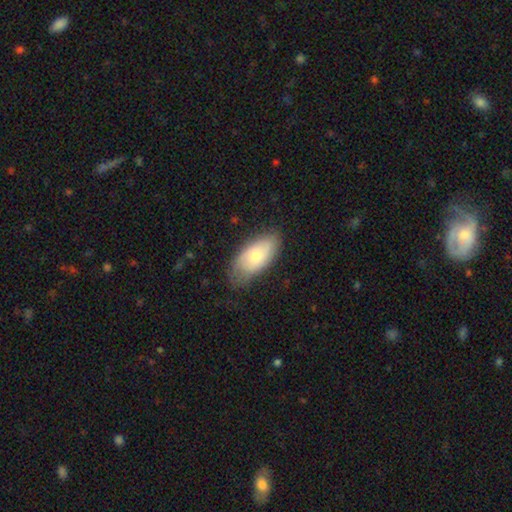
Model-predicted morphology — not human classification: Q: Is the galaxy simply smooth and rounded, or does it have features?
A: smooth — 65%.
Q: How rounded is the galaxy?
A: in between — 92%.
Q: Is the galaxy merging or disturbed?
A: none — 69%.